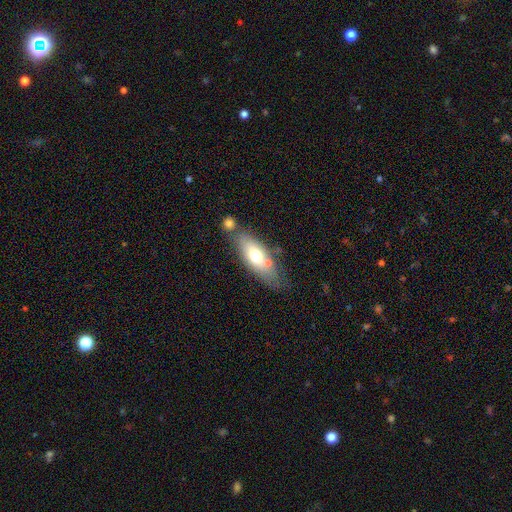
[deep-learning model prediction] Morphology: type=smooth (61%); roundness=in between (71%); merging=none (59%).